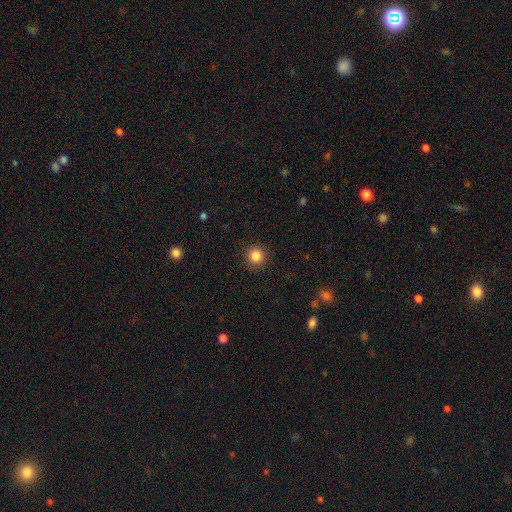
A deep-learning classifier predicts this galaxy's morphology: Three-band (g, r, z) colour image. It shows a smooth galaxy with no disk features (85%) that is round (94%). Merging: none (91%).